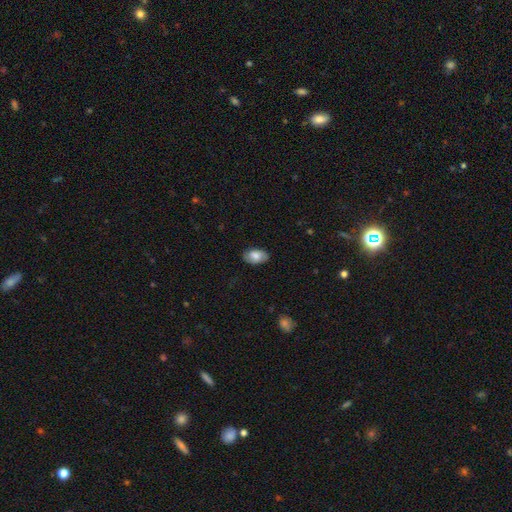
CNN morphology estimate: Q: Smooth or featured?
A: smooth (74%); runner-up: featured or disk (19%)
Q: How rounded?
A: in between (93%); runner-up: round (5%)
Q: Merging?
A: none (84%); runner-up: minor disturbance (13%)